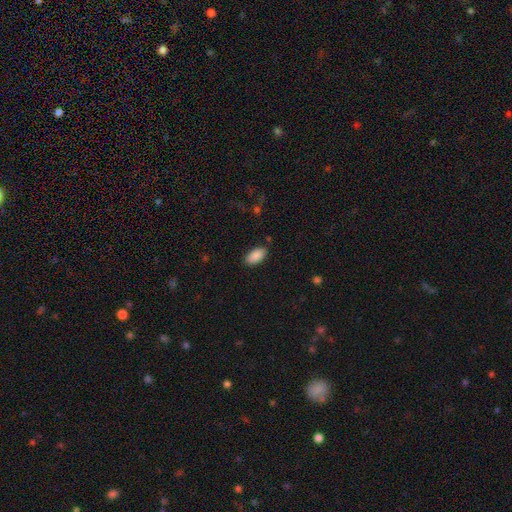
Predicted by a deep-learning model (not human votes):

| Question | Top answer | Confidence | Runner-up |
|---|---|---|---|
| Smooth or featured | smooth | 89% | star or artifact (7%) |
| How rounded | in between | 94% | cigar-shaped (3%) |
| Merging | none | 86% | minor disturbance (10%) |